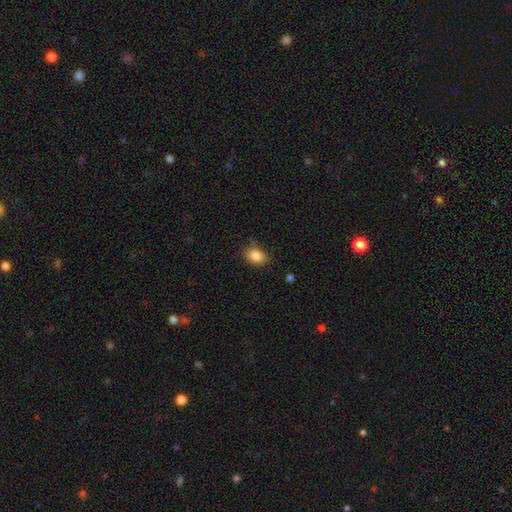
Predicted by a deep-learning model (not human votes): Overall: smooth (87%). How rounded: in between (81%). Merging: none (78%).